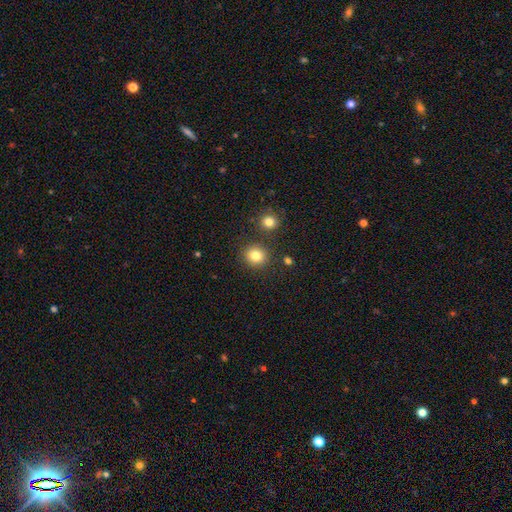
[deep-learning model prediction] smooth_or_featured: smooth (p=0.82) [alt: star or artifact p=0.12]
how_rounded: round (p=0.86) [alt: in between p=0.13]
merging: none (p=0.86) [alt: minor disturbance p=0.07]